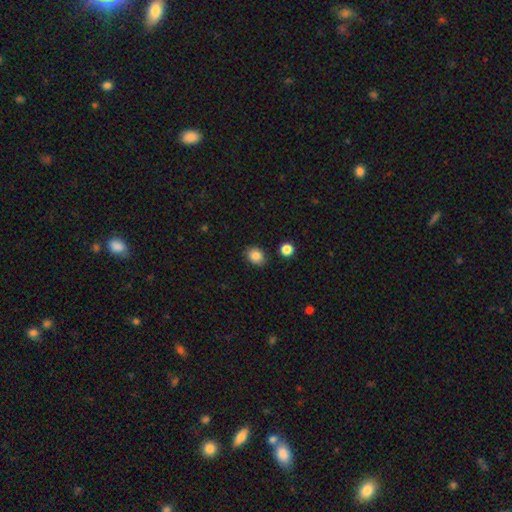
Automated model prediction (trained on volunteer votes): Morphology: type=smooth (86%); roundness=round (52%); merging=none (85%).